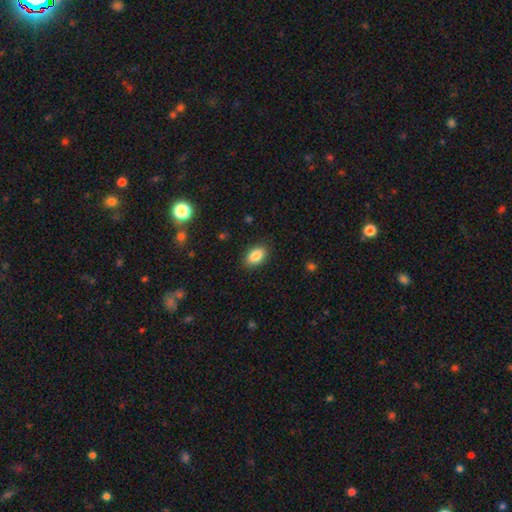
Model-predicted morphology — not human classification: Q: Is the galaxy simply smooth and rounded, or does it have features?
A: smooth — 87%.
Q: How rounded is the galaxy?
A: in between — 90%.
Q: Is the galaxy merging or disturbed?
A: none — 87%.